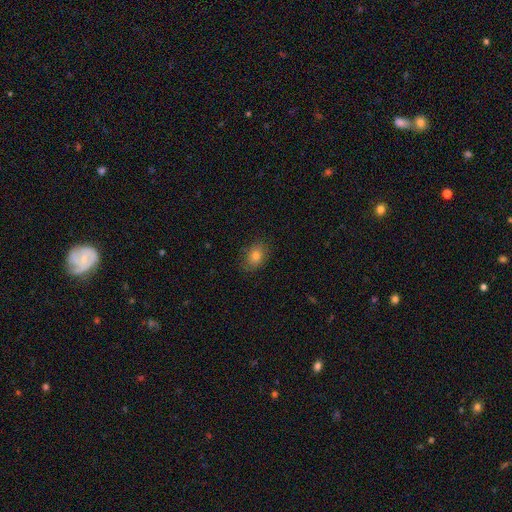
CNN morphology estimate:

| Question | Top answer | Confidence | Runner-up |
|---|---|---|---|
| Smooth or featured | smooth | 76% | featured or disk (14%) |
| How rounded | in between | 75% | round (23%) |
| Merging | none | 80% | minor disturbance (15%) |